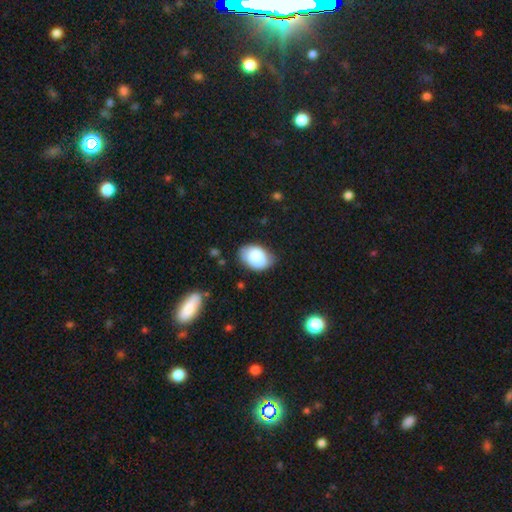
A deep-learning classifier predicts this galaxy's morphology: Q: Smooth or featured?
A: smooth (76%); runner-up: featured or disk (16%)
Q: How rounded?
A: in between (83%); runner-up: round (16%)
Q: Merging?
A: none (69%); runner-up: minor disturbance (23%)